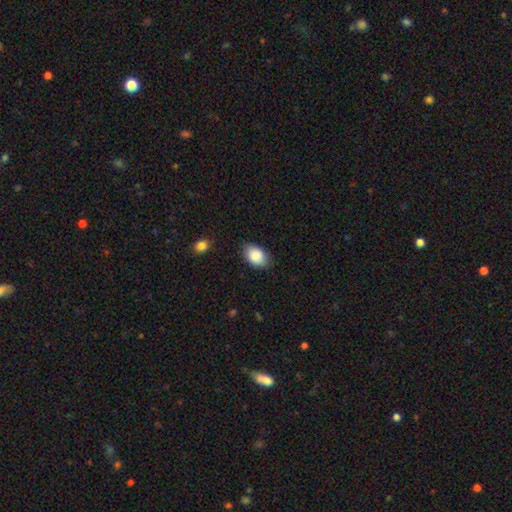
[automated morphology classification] Overall: smooth (88%). How rounded: in between (86%). Merging: none (79%).